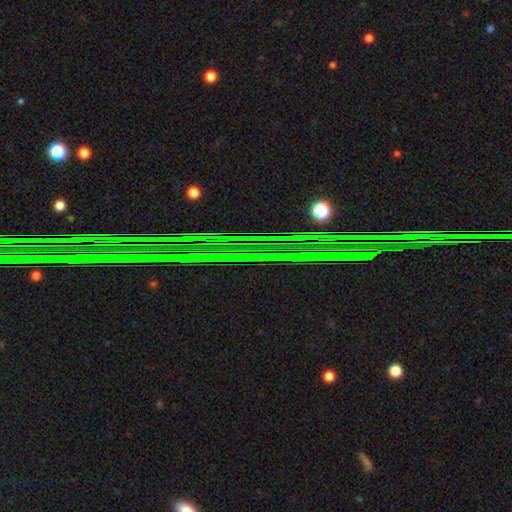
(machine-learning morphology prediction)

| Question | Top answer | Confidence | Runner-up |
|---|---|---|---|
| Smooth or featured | star or artifact | 84% | featured or disk (9%) |